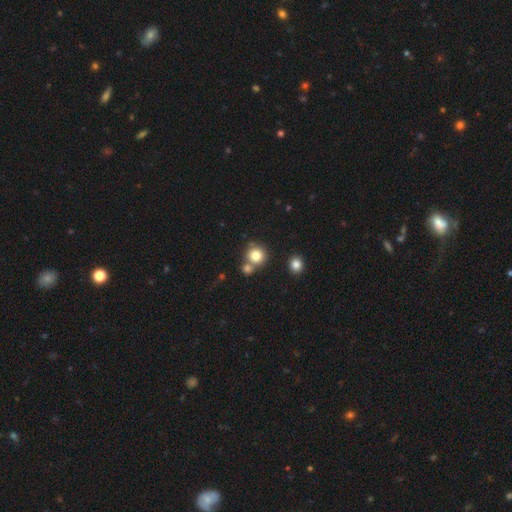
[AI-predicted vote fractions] This is clearly a smooth galaxy (81%). How rounded: clearly round (89%). Merging: possibly none (59%).